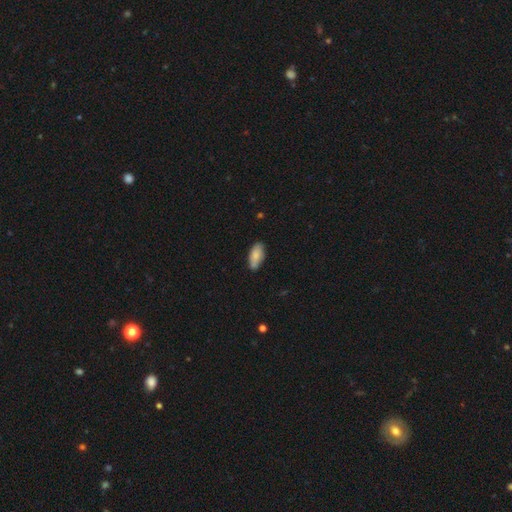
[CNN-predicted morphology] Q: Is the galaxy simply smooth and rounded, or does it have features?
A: smooth — 82%.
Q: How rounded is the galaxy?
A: in between — 88%.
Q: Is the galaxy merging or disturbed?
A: none — 73%.